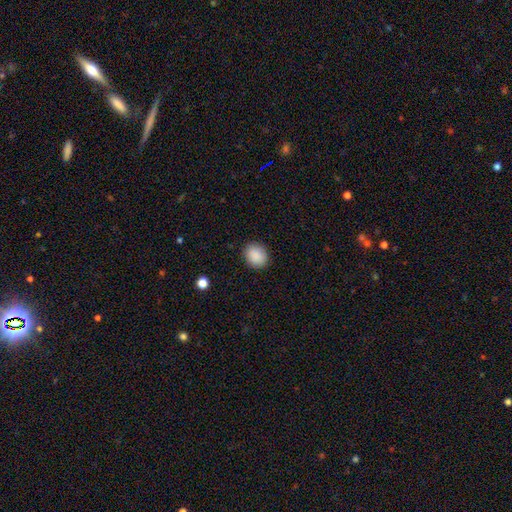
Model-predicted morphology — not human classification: A smooth galaxy with no disk features (89%) that is round (64%).

Vote fractions:
- Smooth or featured? smooth: 89% / star or artifact: 8% / featured or disk: 3%
- How rounded? round: 64% / in between: 35% / cigar-shaped: 1%
- Merging? none: 88% / minor disturbance: 8% / major disturbance: 2% / merger: 1%